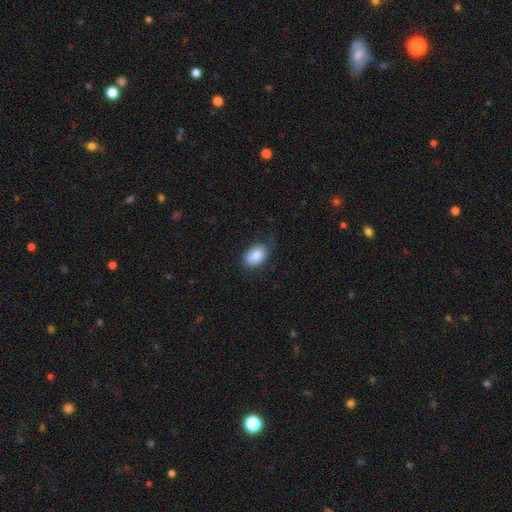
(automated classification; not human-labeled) The model was most divided on "merging": none: 57%, minor disturbance: 30%, major disturbance: 12%, merger: 1%. More confident: how rounded — in between (88%); smooth or featured — smooth (83%).